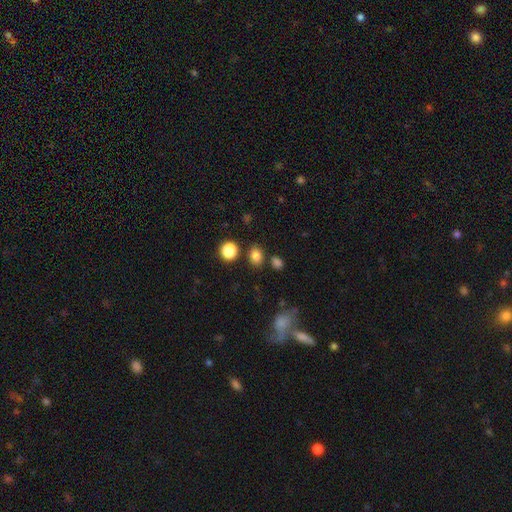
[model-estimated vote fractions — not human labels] Smooth or featured: smooth — 81% (star or artifact — 14%)
How rounded: in between — 50% (round — 48%)
Merging: none — 79% (minor disturbance — 10%)